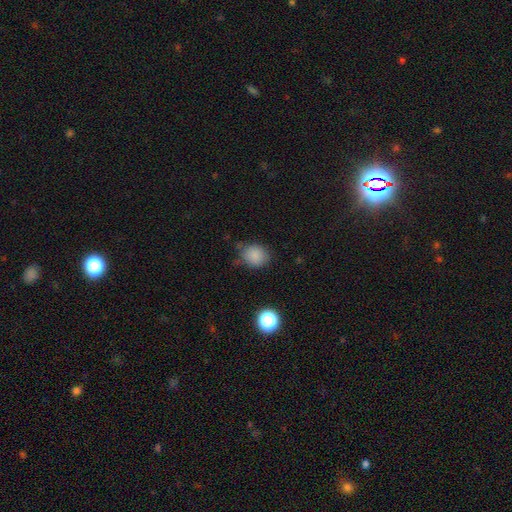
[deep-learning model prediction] Overall: smooth (84%). How rounded: round (64%; in between 35%). Merging: none (68%).